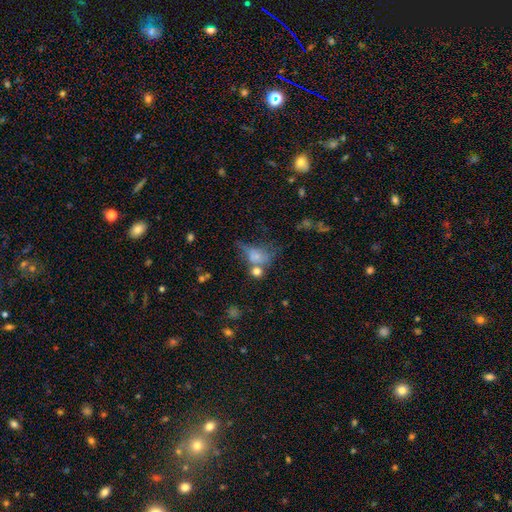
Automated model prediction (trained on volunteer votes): Smooth or featured?
  - smooth: 63% *
  - featured or disk: 22%
  - star or artifact: 15%
How rounded?
  - in between: 60% *
  - round: 35%
  - cigar-shaped: 4%
Merging?
  - merger: 31% *
  - major disturbance: 26%
  - none: 24%
  - minor disturbance: 19%